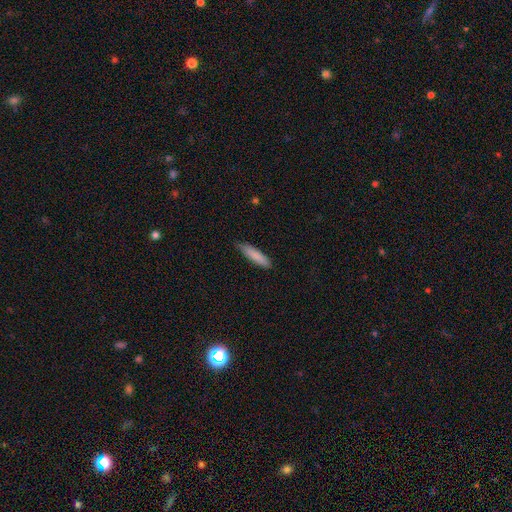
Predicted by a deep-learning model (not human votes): smooth_or_featured: smooth (p=0.85) [alt: featured or disk p=0.09]
how_rounded: cigar-shaped (p=0.79) [alt: in between p=0.20]
merging: none (p=0.80) [alt: minor disturbance p=0.17]